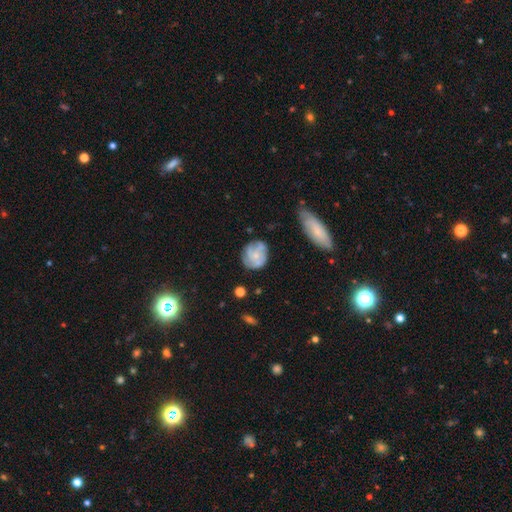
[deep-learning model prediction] Overall: featured or disk (64%; smooth 28%). Edge-on disk: no (97%). Bar: no (80%). Spiral arms: yes (80%). Bulge size: small (70%). Merging: none (66%).